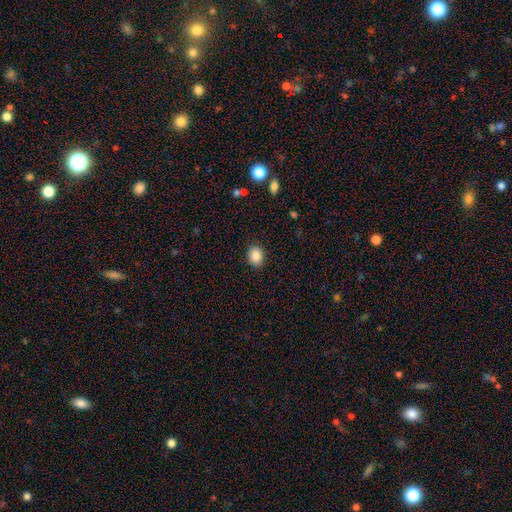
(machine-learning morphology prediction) Smooth or featured? smooth (87%)
How rounded? in between (58%)
Merging? none (88%)